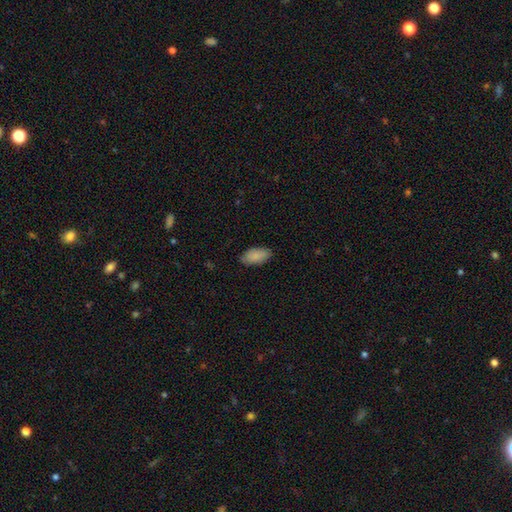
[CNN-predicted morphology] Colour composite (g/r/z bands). It shows a smooth galaxy with no disk features (88%) that is in between round and cigar-shaped (94%). Merging: none (83%).